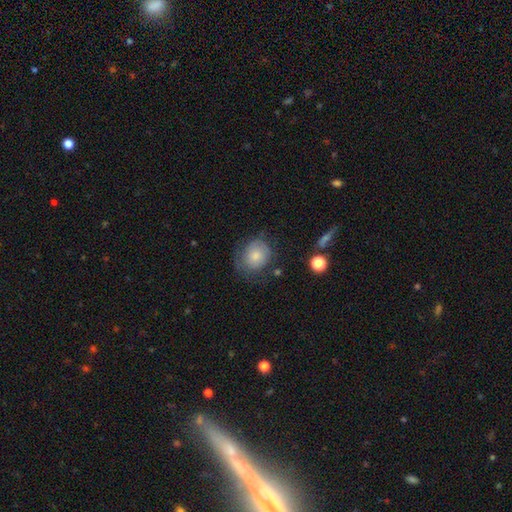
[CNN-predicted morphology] Smooth or featured? smooth (72%)
How rounded? round (65%)
Merging? none (54%)